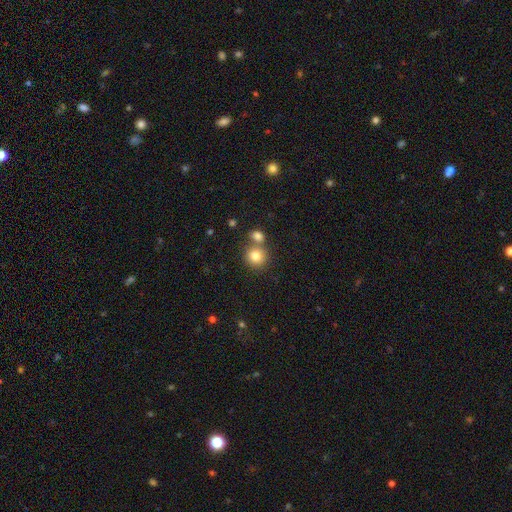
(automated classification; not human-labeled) A smooth galaxy with no disk features (81%) that is round (86%).

Vote fractions:
- Smooth or featured? smooth: 81% / star or artifact: 11% / featured or disk: 8%
- How rounded? round: 86% / in between: 13% / cigar-shaped: 1%
- Merging? none: 56% / merger: 33% / minor disturbance: 8% / major disturbance: 3%